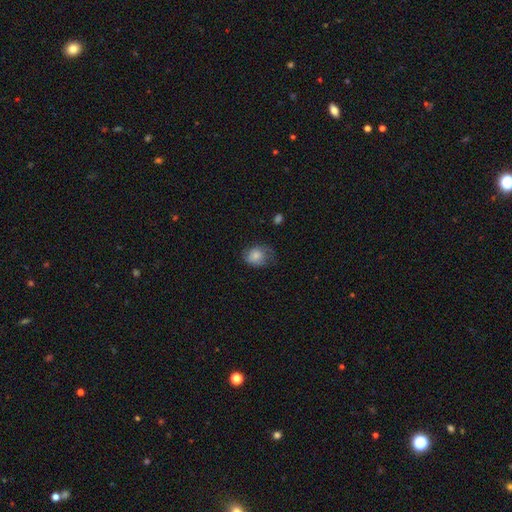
Q: Smooth or featured?
A: smooth (82%); runner-up: featured or disk (15%)
Q: How rounded?
A: round (62%); runner-up: in between (38%)
Q: Merging?
A: none (58%); runner-up: minor disturbance (26%)